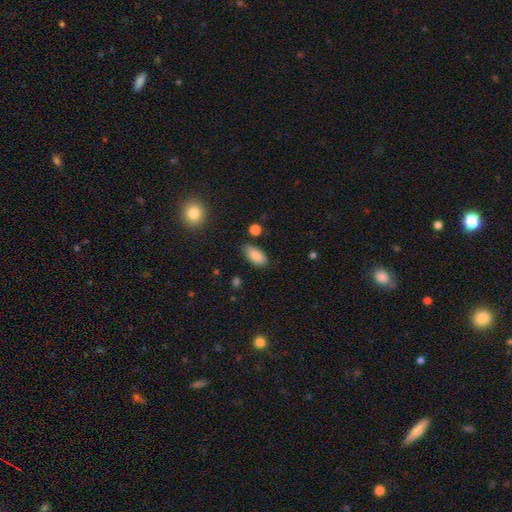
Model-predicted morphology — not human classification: Smooth or featured?
  - smooth: 86% *
  - star or artifact: 7%
  - featured or disk: 6%
How rounded?
  - in between: 92% *
  - cigar-shaped: 6%
  - round: 3%
Merging?
  - none: 76% *
  - minor disturbance: 18%
  - major disturbance: 3%
  - merger: 3%